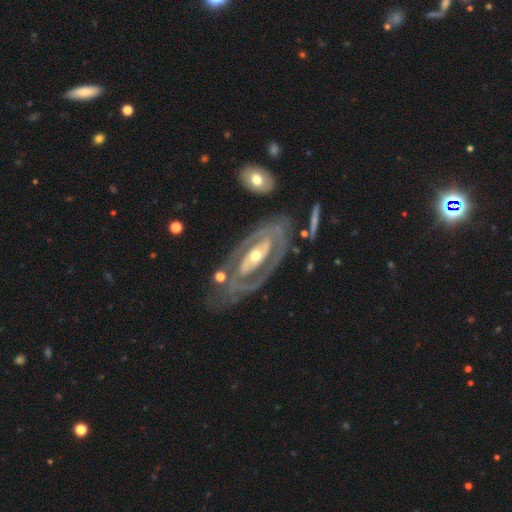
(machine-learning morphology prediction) smooth-or-featured: featured or disk: 86% | smooth: 10% | star or artifact: 4%
  disk-edge-on: no: 92% | yes: 8%
    bar: no: 46% | strong: 30% | weak: 24%
    has-spiral-arms: yes: 72% | no: 28%
      spiral-winding: tight: 61% | medium: 29% | loose: 10%
      spiral-arm-count: 2: 58% | can't tell: 24% | 1: 8% | 3: 5% | 4: 2% | more than 4: 2%
    bulge-size: moderate: 51% | small: 42% | large: 4% | dominant: 1% | none: 1%
  merging: none: 67% | minor disturbance: 17% | major disturbance: 13% | merger: 3%